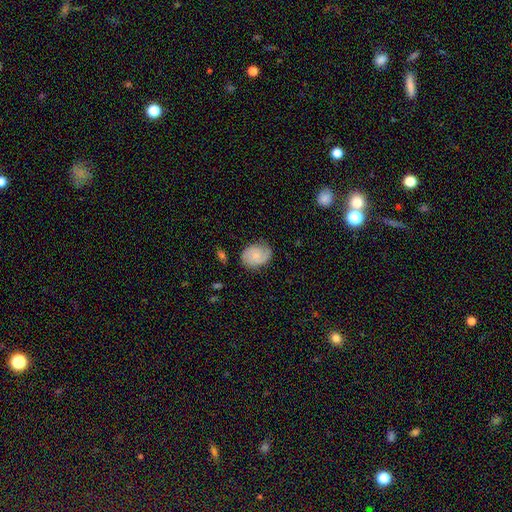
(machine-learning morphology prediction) Smooth or featured? featured or disk (48%)
Merging? none (73%)